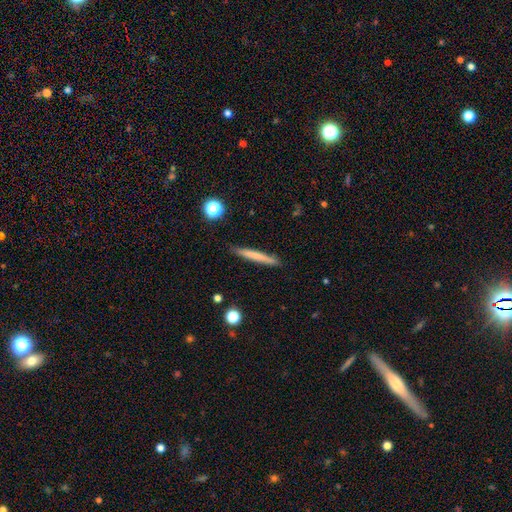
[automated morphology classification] Smooth or featured? Predicted: smooth (p=0.66). How rounded? Predicted: cigar-shaped (p=0.96). Merging? Predicted: none (p=0.89).